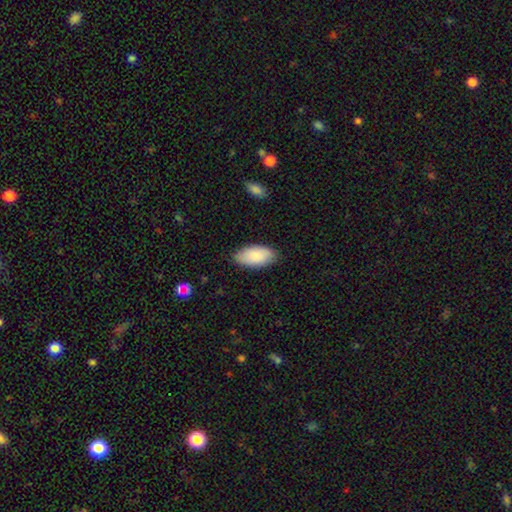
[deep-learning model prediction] Morphology: type=smooth (86%); roundness=in between (95%); merging=none (84%).